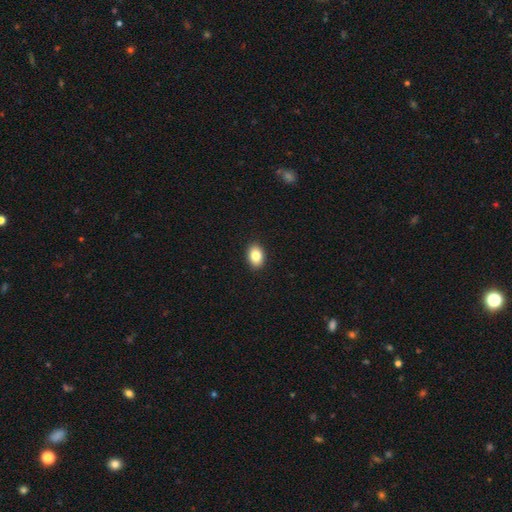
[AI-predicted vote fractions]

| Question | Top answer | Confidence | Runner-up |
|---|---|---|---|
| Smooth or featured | smooth | 85% | star or artifact (8%) |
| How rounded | in between | 80% | round (19%) |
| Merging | none | 92% | minor disturbance (6%) |